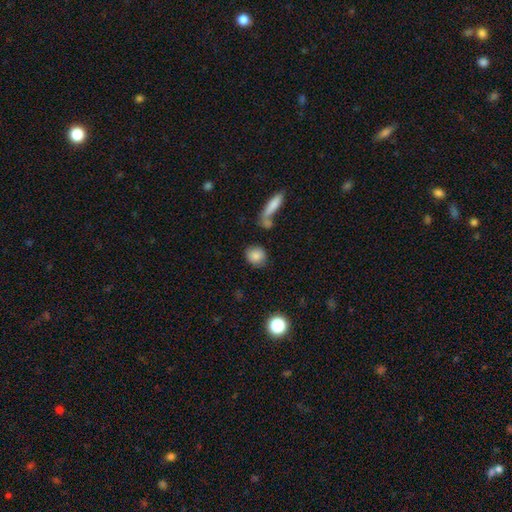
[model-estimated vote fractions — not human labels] Morphology: type=smooth (83%); roundness=round (72%); merging=none (75%).